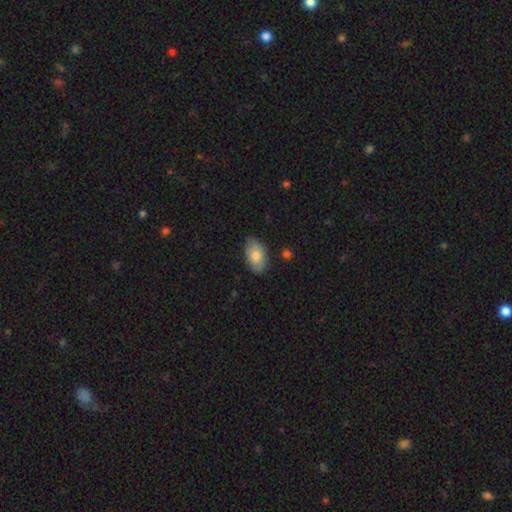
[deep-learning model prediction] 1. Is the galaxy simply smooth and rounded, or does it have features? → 82% smooth, 12% featured or disk, 6% star or artifact.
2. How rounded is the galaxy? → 92% in between, 7% round, 2% cigar-shaped.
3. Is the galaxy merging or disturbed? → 81% none, 15% minor disturbance, 3% major disturbance, 2% merger.